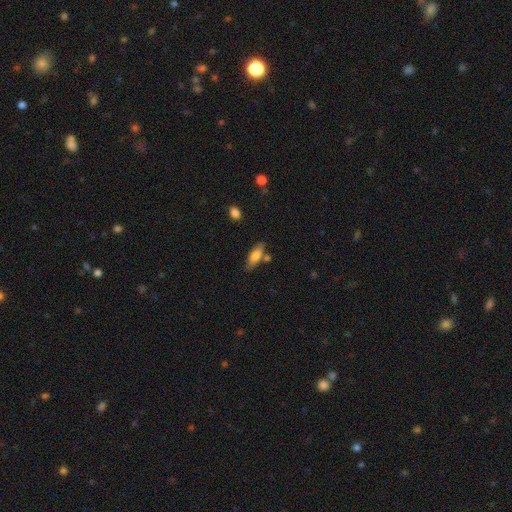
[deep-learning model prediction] This is likely a smooth galaxy (72%). How rounded: likely in between (65%). Merging: likely none (69%).